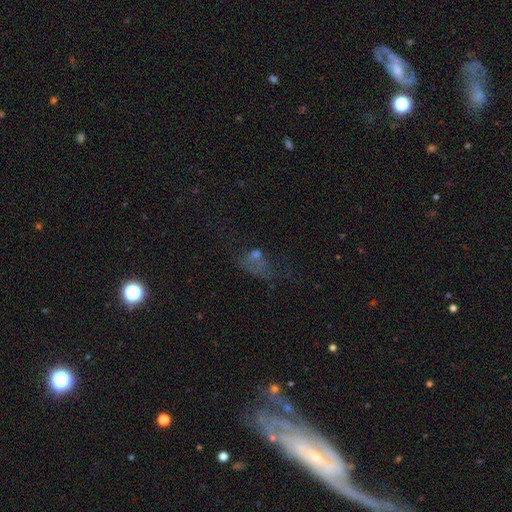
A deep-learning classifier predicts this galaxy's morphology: Smooth or featured?
  - smooth: 41% *
  - featured or disk: 30%
  - star or artifact: 29%
Merging?
  - major disturbance: 44% *
  - none: 28%
  - minor disturbance: 16%
  - merger: 12%